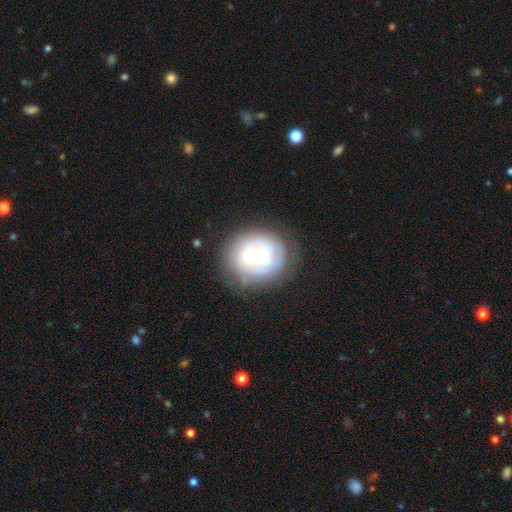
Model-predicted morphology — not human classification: Q: Smooth or featured?
A: featured or disk (64%); runner-up: smooth (28%)
Q: Edge-on disk?
A: no (97%); runner-up: yes (3%)
Q: Bar?
A: weak (43%); runner-up: no (38%)
Q: Spiral arms?
A: yes (74%); runner-up: no (26%)
Q: Bulge size?
A: moderate (60%); runner-up: small (26%)
Q: Merging?
A: none (72%); runner-up: minor disturbance (17%)